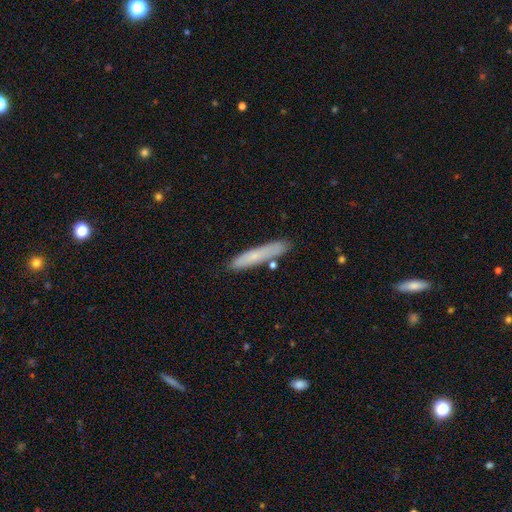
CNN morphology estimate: Overall: smooth (68%). How rounded: cigar-shaped (91%). Merging: none (80%).